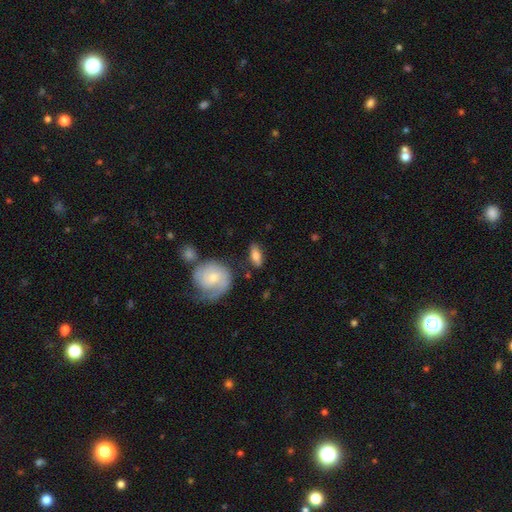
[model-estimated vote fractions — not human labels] This appears to be a smooth galaxy with no disk features (65%) that is in between round and cigar-shaped (70%). Merging: none (77%).